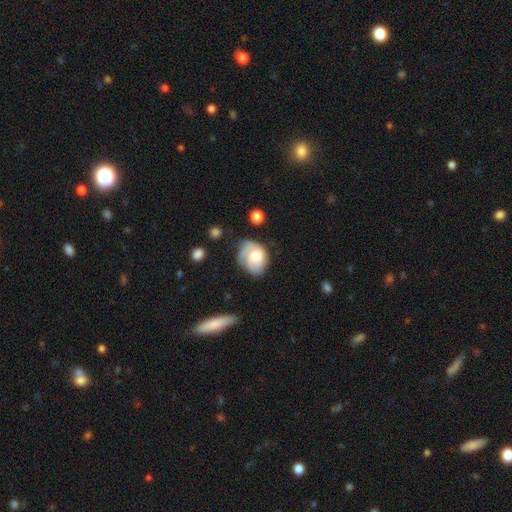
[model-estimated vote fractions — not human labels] featured or disk 51%, smooth 42%, star or artifact 7%. Down the decision tree: edge-on disk — no (97%); merging — none (46%).